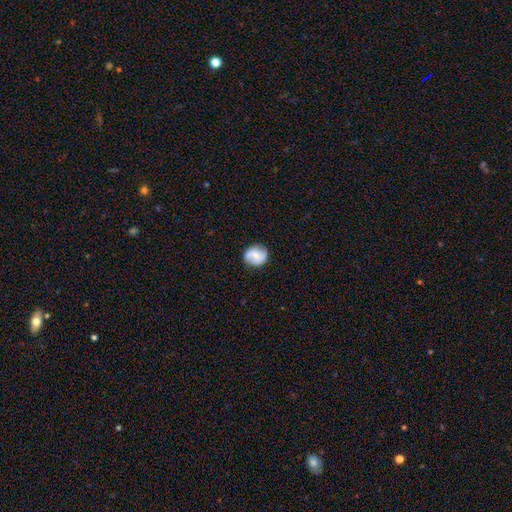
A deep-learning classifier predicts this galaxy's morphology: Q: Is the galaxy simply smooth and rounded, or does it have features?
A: featured or disk — 50%.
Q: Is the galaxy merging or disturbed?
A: none — 78%.